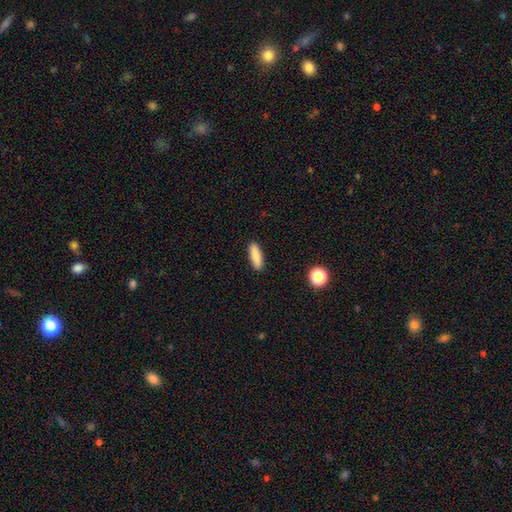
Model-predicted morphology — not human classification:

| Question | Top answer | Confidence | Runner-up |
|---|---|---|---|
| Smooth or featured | smooth | 86% | star or artifact (7%) |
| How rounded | cigar-shaped | 54% | in between (44%) |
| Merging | none | 90% | minor disturbance (7%) |